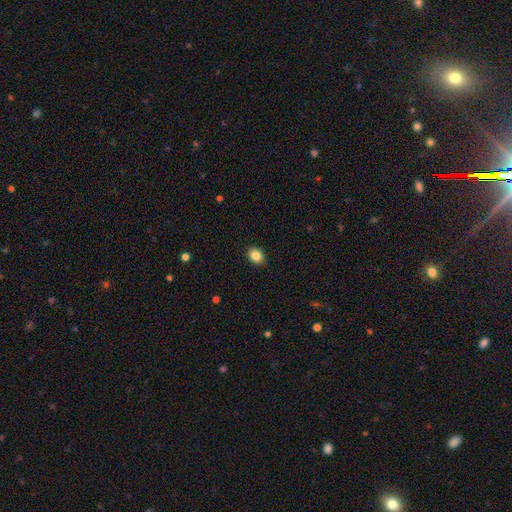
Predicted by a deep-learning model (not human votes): Q: Smooth or featured?
A: smooth (86%); runner-up: star or artifact (9%)
Q: How rounded?
A: in between (57%); runner-up: round (42%)
Q: Merging?
A: none (90%); runner-up: minor disturbance (7%)